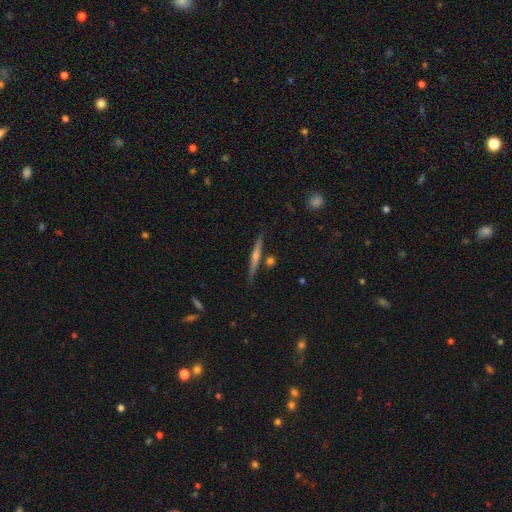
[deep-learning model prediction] The model was most divided on "smooth or featured": featured or disk: 65%, smooth: 28%, star or artifact: 7%. More confident: edge-on disk — yes (98%); merging — none (85%); edge-on bulge — rounded (72%).